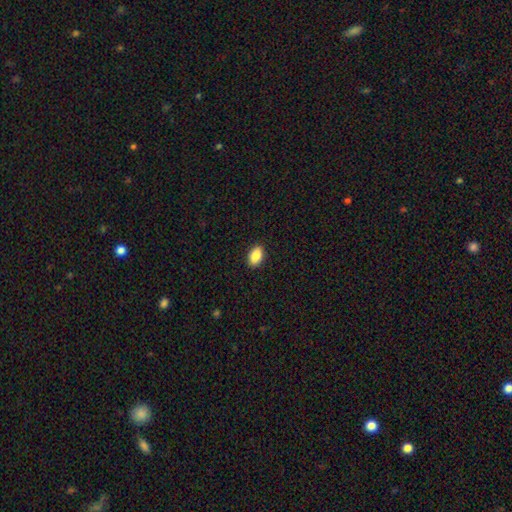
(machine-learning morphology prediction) smooth_or_featured: smooth (p=0.88) [alt: star or artifact p=0.07]
how_rounded: in between (p=0.90) [alt: round p=0.08]
merging: none (p=0.89) [alt: minor disturbance p=0.08]